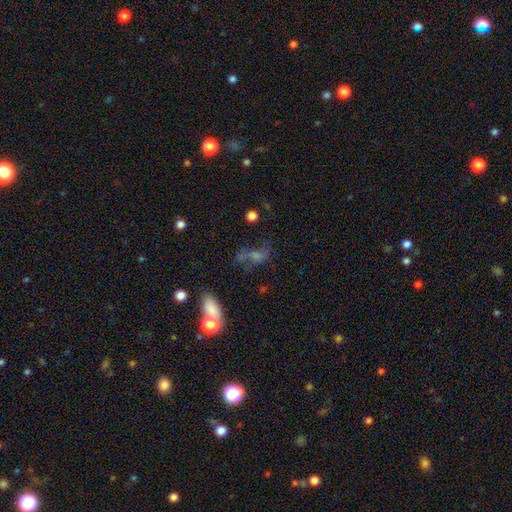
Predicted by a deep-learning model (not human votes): smooth-or-featured: smooth: 35% | featured or disk: 34% | star or artifact: 30%
  merging: none: 46% | major disturbance: 22% | minor disturbance: 18% | merger: 15%